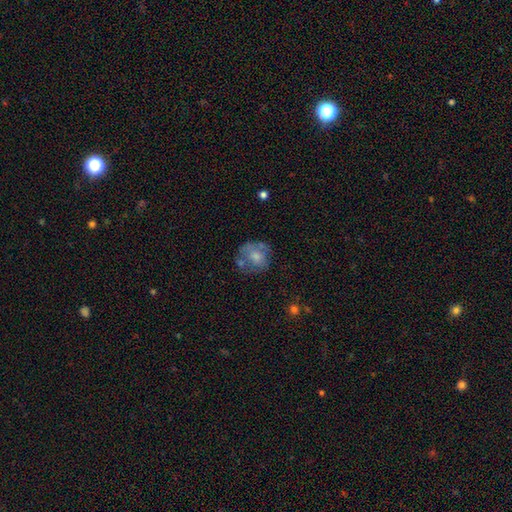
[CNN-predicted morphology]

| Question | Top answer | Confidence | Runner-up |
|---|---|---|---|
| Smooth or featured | smooth | 60% | featured or disk (32%) |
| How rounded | round | 78% | in between (21%) |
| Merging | none | 53% | minor disturbance (24%) |